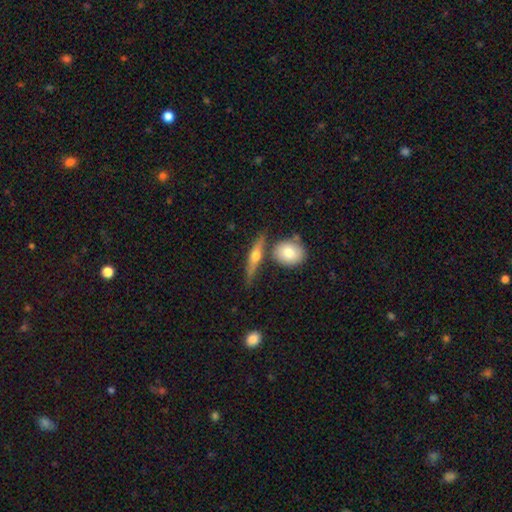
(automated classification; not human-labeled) The model was most divided on "smooth or featured": featured or disk: 60%, smooth: 34%, star or artifact: 7%. More confident: edge-on bulge — rounded (93%); edge-on disk — yes (92%); merging — none (71%).